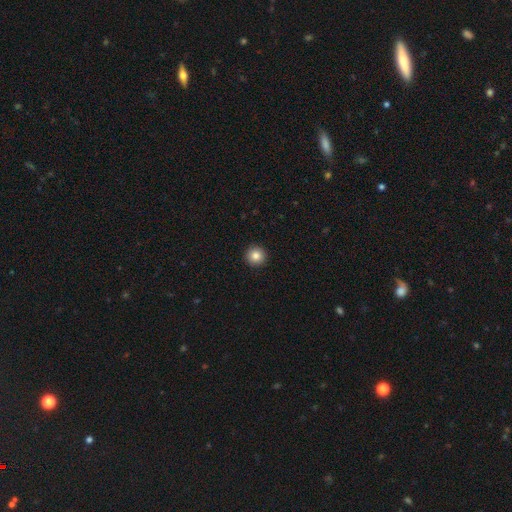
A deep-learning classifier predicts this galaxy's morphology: Q: Smooth or featured?
A: smooth (84%); runner-up: star or artifact (10%)
Q: How rounded?
A: round (96%); runner-up: in between (3%)
Q: Merging?
A: none (93%); runner-up: minor disturbance (4%)